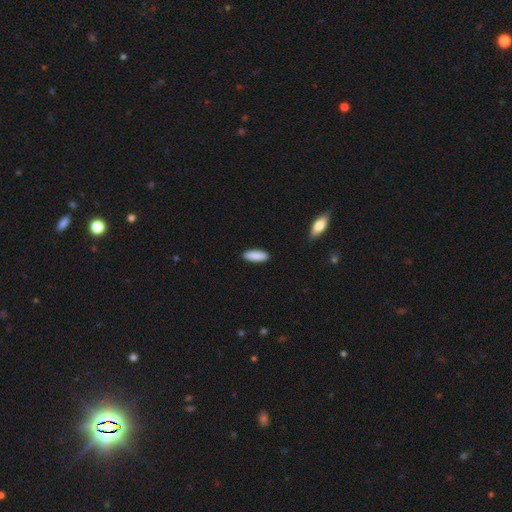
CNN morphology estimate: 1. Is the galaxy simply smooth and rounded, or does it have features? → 90% smooth, 6% star or artifact, 5% featured or disk.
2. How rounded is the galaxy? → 58% in between, 41% cigar-shaped, 2% round.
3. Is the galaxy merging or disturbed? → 90% none, 7% minor disturbance, 2% major disturbance, 1% merger.